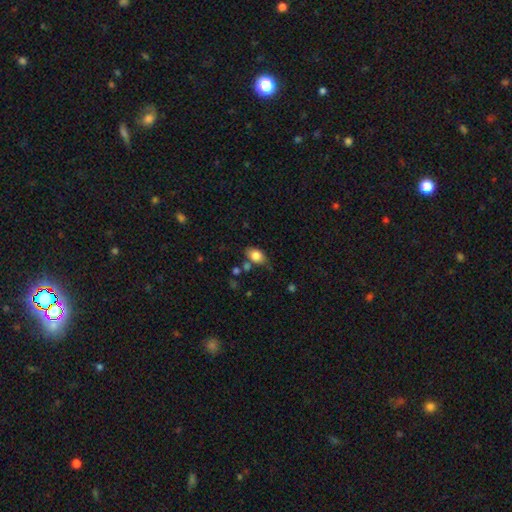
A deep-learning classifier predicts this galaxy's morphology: This is clearly a smooth galaxy (82%). How rounded: likely in between (78%). Merging: possibly none (56%).